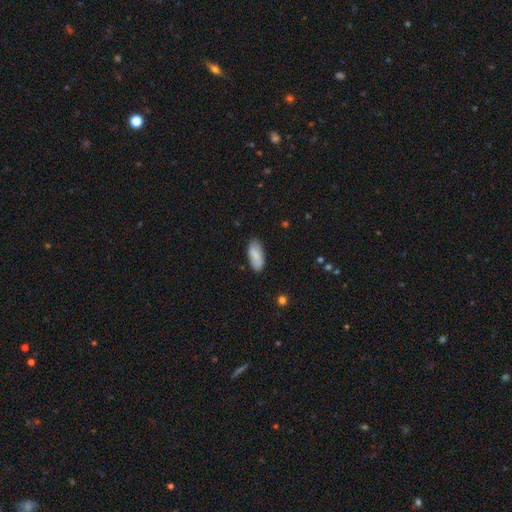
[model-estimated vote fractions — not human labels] smooth-or-featured: smooth: 85% | featured or disk: 10% | star or artifact: 6%
  how-rounded: in between: 88% | cigar-shaped: 11% | round: 2%
  merging: none: 83% | minor disturbance: 13% | major disturbance: 2% | merger: 1%